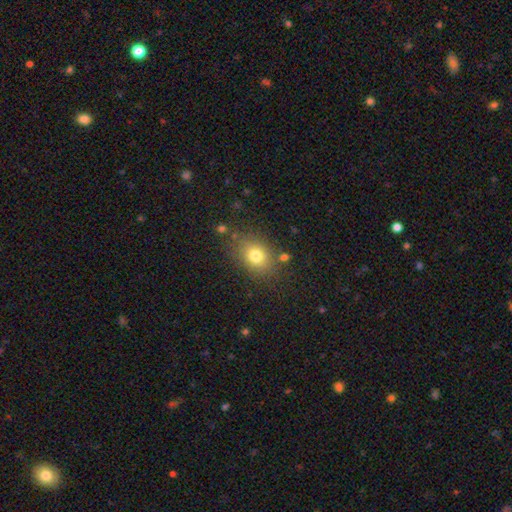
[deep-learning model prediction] A smooth galaxy with no disk features (77%) that is in between round and cigar-shaped (58%). Merging: none (79%).